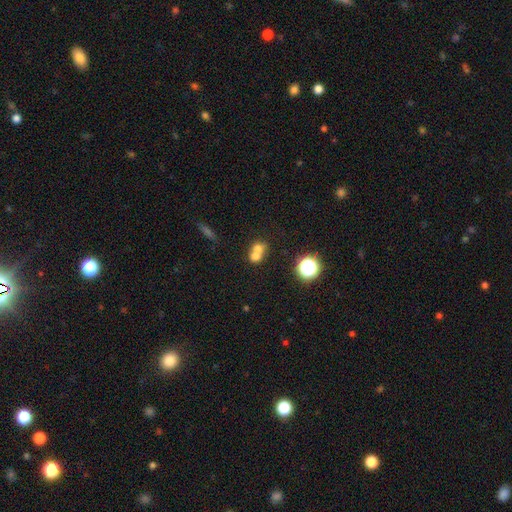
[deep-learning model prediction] smooth_or_featured: smooth (p=0.66) [alt: featured or disk p=0.19]
how_rounded: round (p=0.70) [alt: in between p=0.29]
merging: merger (p=0.67) [alt: none p=0.25]